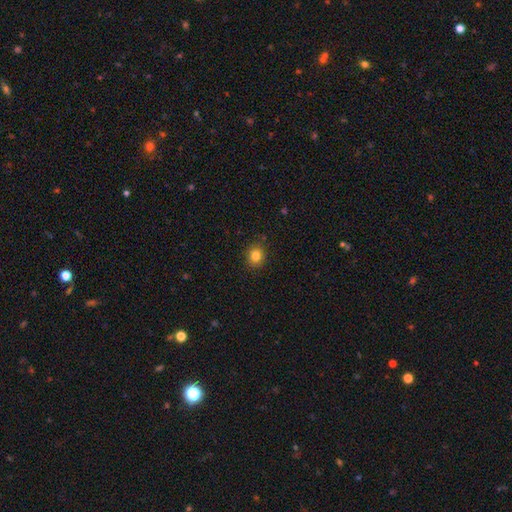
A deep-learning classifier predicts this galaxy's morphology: A smooth galaxy with no disk features (82%) that is round (75%).

Vote fractions:
- Smooth or featured? smooth: 82% / star or artifact: 11% / featured or disk: 7%
- How rounded? round: 75% / in between: 25% / cigar-shaped: 1%
- Merging? none: 88% / minor disturbance: 8% / major disturbance: 2% / merger: 1%